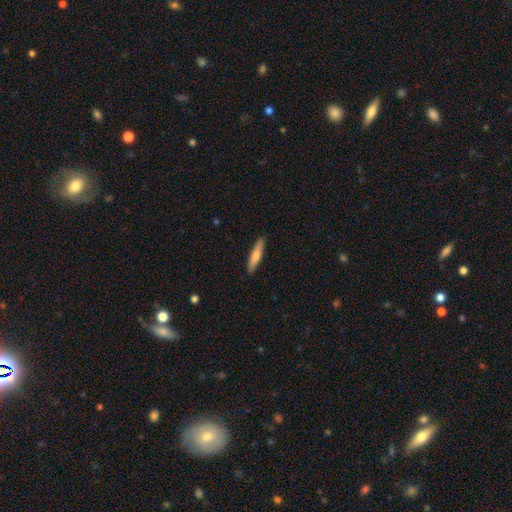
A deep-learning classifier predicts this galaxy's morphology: Q: Smooth or featured?
A: smooth (72%); runner-up: featured or disk (22%)
Q: How rounded?
A: cigar-shaped (83%); runner-up: in between (15%)
Q: Merging?
A: none (90%); runner-up: minor disturbance (8%)